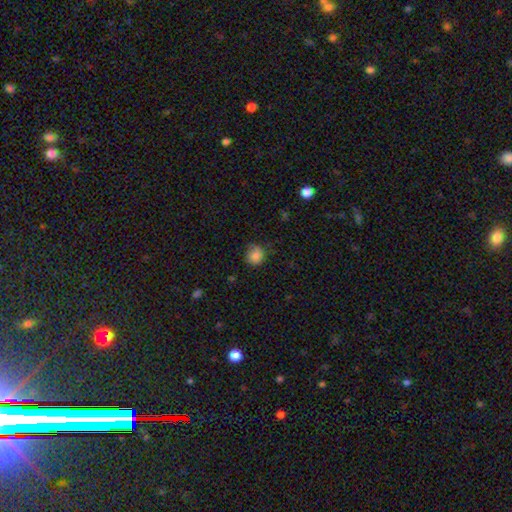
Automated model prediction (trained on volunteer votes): Smooth or featured?
  - smooth: 84% *
  - star or artifact: 10%
  - featured or disk: 6%
How rounded?
  - round: 84% *
  - in between: 15%
  - cigar-shaped: 1%
Merging?
  - none: 76% *
  - minor disturbance: 19%
  - major disturbance: 4%
  - merger: 1%